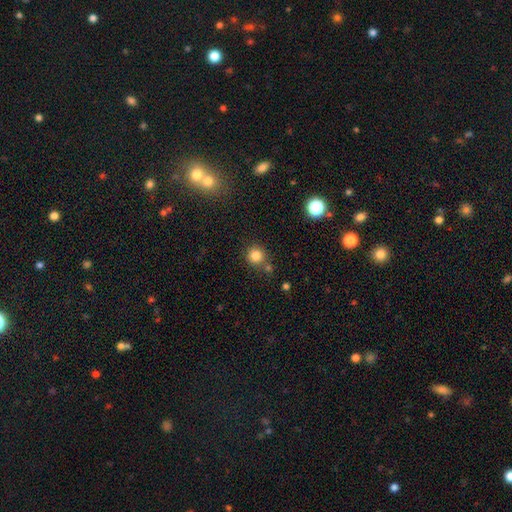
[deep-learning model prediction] This is clearly a smooth galaxy (82%). How rounded: clearly round (92%). Merging: likely none (74%).